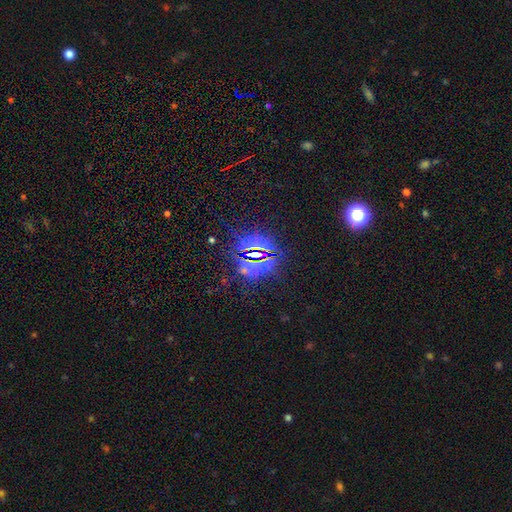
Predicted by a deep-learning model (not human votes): Smooth or featured? star or artifact (81%)